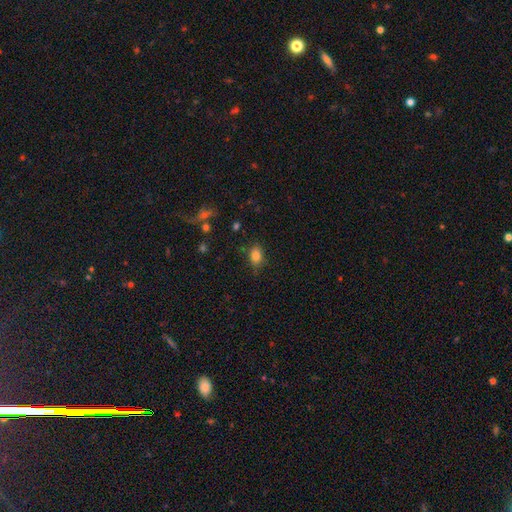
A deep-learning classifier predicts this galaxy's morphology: type=smooth (83%); roundness=in between (77%); merging=none (74%).